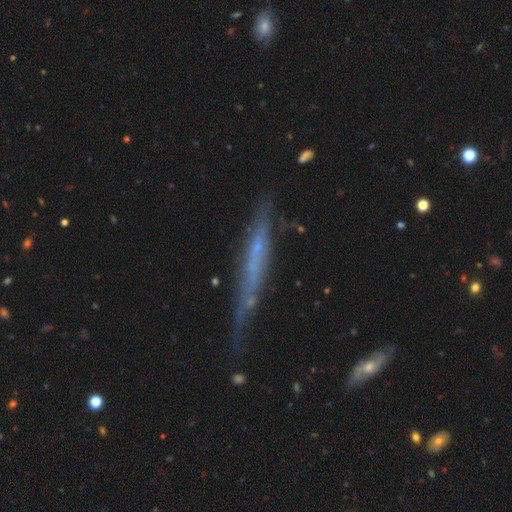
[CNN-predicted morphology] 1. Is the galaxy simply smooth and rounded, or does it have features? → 59% featured or disk, 31% smooth, 10% star or artifact.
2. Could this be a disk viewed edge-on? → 84% yes, 16% no.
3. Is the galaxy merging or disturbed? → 58% none, 28% minor disturbance, 10% major disturbance, 4% merger.